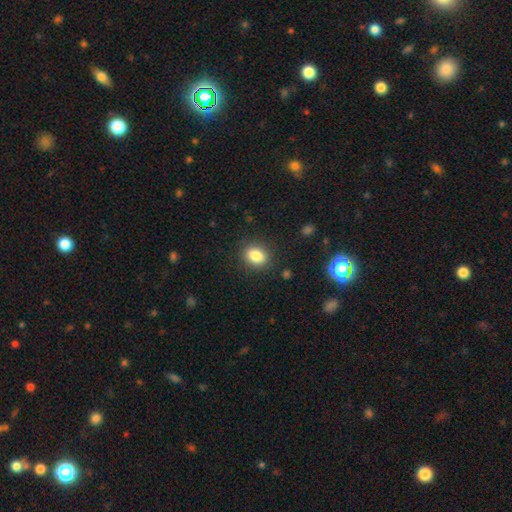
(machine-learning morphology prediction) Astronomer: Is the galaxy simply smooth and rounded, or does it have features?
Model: smooth — 84%.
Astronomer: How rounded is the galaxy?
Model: in between — 59% (runner-up: round, 40%).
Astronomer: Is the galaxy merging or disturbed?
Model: none — 87%.